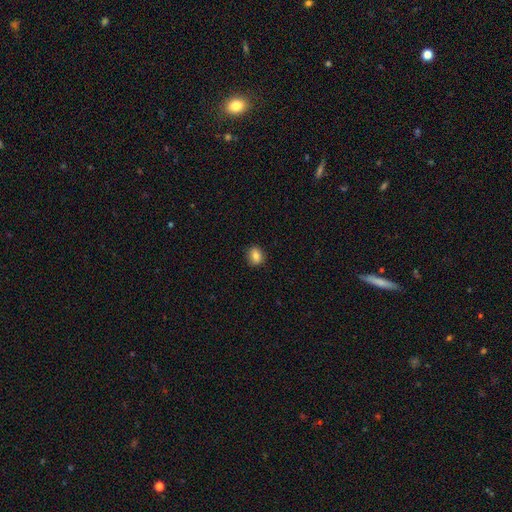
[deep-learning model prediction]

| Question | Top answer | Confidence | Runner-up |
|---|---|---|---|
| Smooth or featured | smooth | 84% | star or artifact (10%) |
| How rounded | round | 67% | in between (32%) |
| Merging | none | 89% | minor disturbance (8%) |